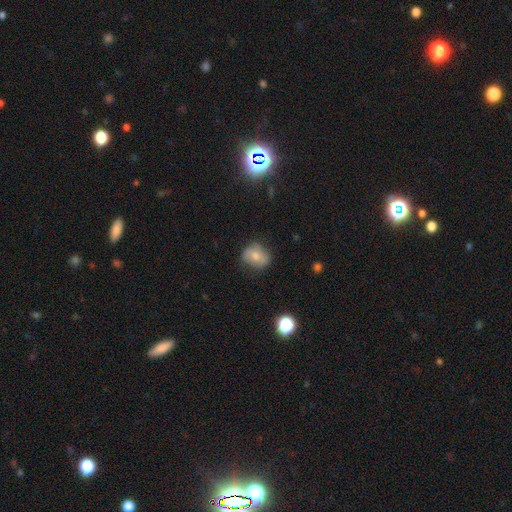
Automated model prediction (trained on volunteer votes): Smooth or featured? smooth (62%)
How rounded? round (58%)
Merging? none (67%)